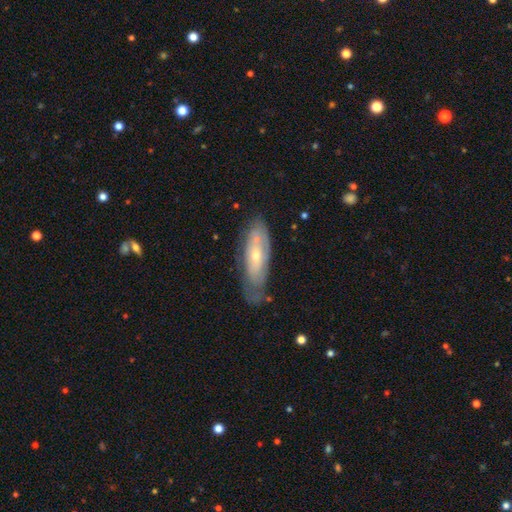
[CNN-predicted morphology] Smooth or featured: featured or disk — 60% (smooth — 33%)
Edge-on disk: no — 78% (yes — 22%)
Merging: none — 56% (minor disturbance — 29%)